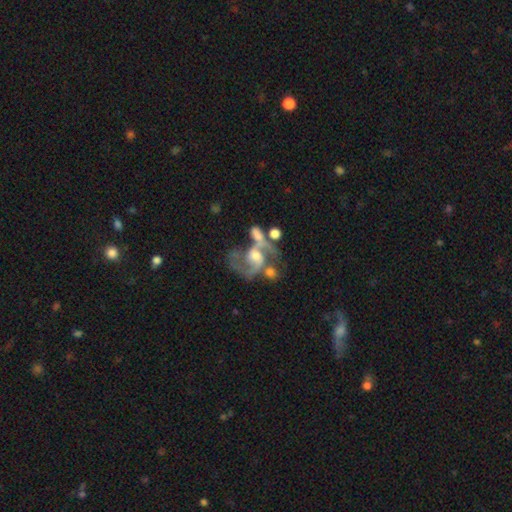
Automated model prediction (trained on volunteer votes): Smooth or featured? Predicted: featured or disk (p=0.85). Edge-on disk? Predicted: no (p=0.98). Bar? Predicted: no (p=0.50). Spiral arms? Predicted: yes (p=0.93). Spiral winding? Predicted: medium (p=0.51). Spiral arm count? Predicted: 2 (p=0.83). Bulge size? Predicted: moderate (p=0.56). Merging? Predicted: merger (p=0.32).